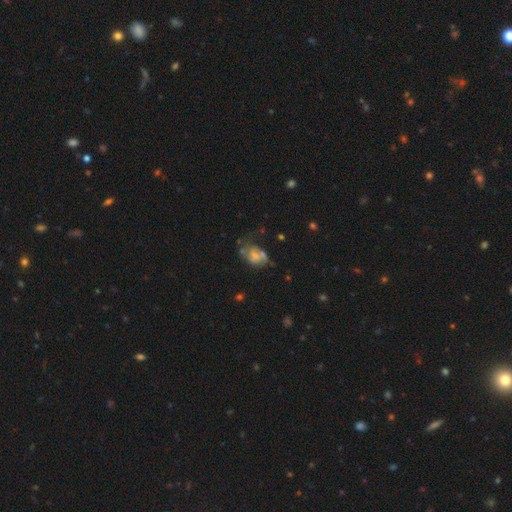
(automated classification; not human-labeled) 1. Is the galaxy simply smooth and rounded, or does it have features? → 45% featured or disk, 44% smooth, 12% star or artifact.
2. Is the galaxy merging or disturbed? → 32% none, 26% major disturbance, 26% minor disturbance, 16% merger.